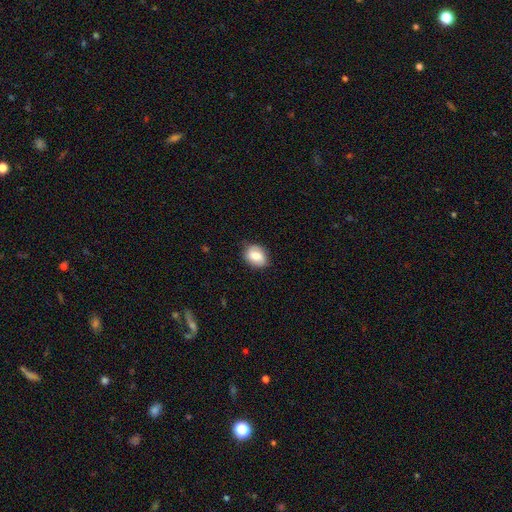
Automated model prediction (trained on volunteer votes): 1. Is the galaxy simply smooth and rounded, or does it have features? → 75% smooth, 17% featured or disk, 8% star or artifact.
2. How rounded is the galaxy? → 61% in between, 38% round, 1% cigar-shaped.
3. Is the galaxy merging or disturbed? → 79% none, 17% minor disturbance, 3% major disturbance, 1% merger.